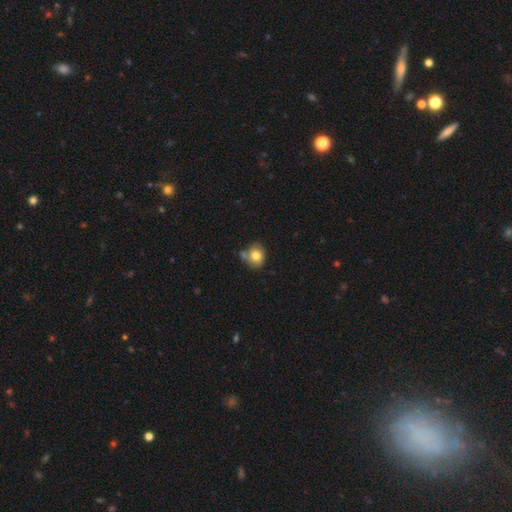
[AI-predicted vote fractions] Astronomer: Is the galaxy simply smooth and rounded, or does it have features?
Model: smooth — 80%.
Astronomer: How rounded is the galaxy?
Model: round — 60% (runner-up: in between, 39%).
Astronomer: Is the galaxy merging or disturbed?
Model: none — 58%.